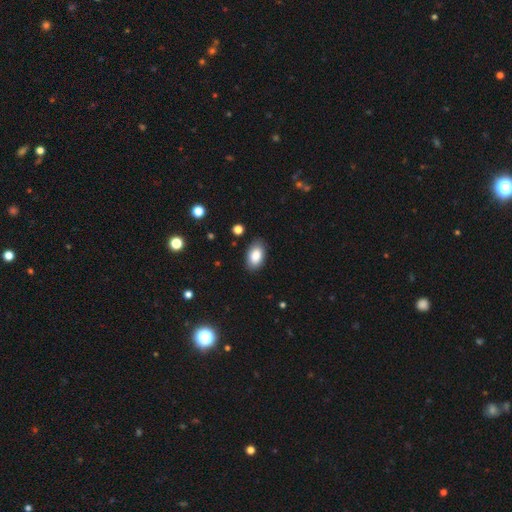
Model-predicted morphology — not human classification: This appears to be a smooth galaxy with no disk features (86%) that is in between round and cigar-shaped (93%). Merging: none (85%).